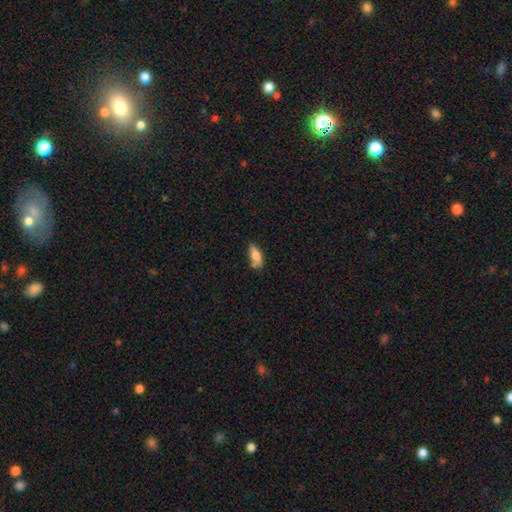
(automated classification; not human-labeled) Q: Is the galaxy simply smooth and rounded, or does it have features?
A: smooth — 75%.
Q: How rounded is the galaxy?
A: in between — 78%.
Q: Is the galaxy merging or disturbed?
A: none — 54%.